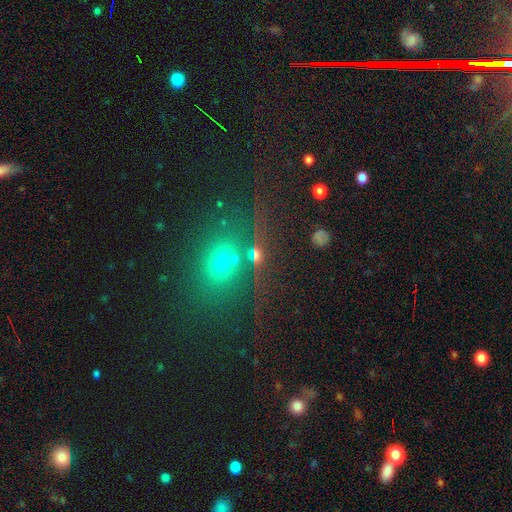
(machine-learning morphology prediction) The model was most divided on "smooth or featured": star or artifact: 38%, smooth: 36%, featured or disk: 25%.